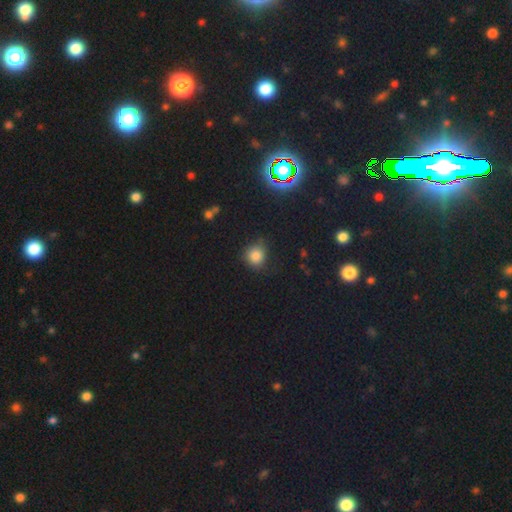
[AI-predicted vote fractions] smooth-or-featured: smooth: 81% | star or artifact: 13% | featured or disk: 6%
  how-rounded: round: 84% | in between: 15% | cigar-shaped: 1%
  merging: none: 73% | minor disturbance: 20% | major disturbance: 5% | merger: 2%